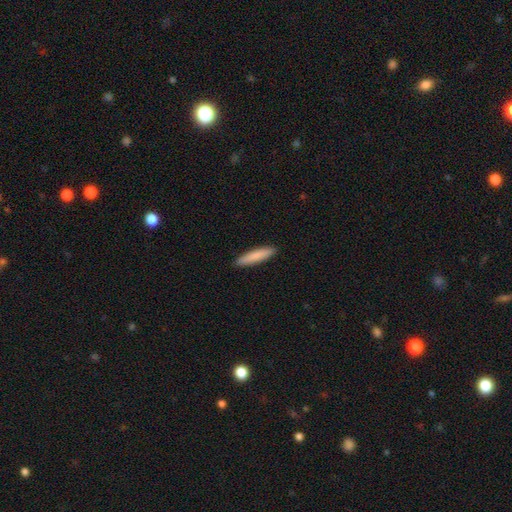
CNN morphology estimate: Smooth or featured? smooth (84%)
How rounded? cigar-shaped (86%)
Merging? none (91%)